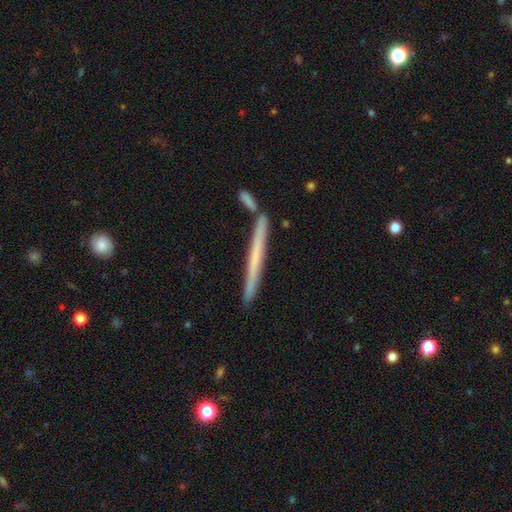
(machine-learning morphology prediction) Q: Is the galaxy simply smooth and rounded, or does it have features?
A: featured or disk — 48%.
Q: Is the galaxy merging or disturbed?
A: none — 82%.